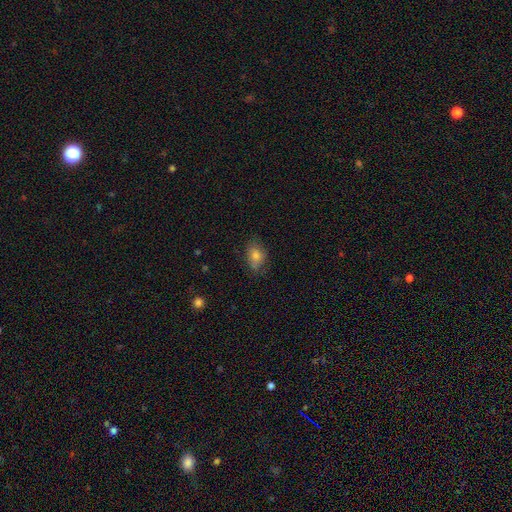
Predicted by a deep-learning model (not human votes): smooth-or-featured: smooth: 76% | featured or disk: 13% | star or artifact: 12%
  how-rounded: in between: 73% | round: 25% | cigar-shaped: 2%
  merging: none: 73% | minor disturbance: 21% | major disturbance: 5% | merger: 1%